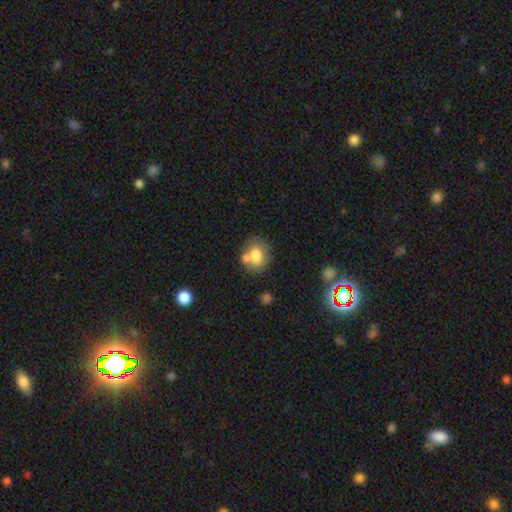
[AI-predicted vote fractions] Morphology: type=smooth (73%); roundness=in between (59%); merging=none (50%).